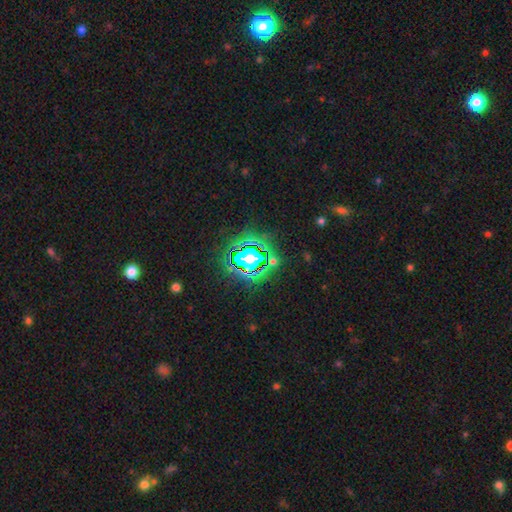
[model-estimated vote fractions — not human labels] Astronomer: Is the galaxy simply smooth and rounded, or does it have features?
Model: star or artifact — 73%.